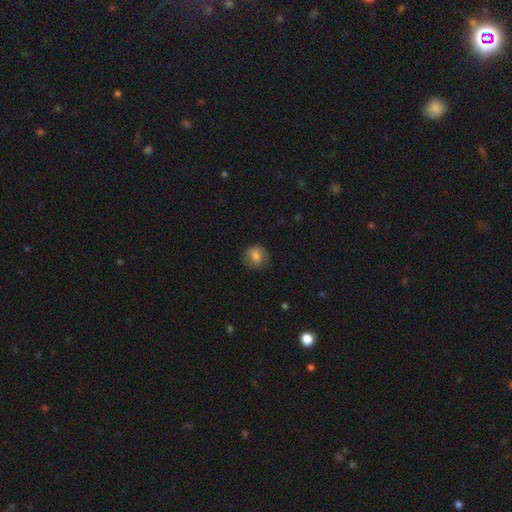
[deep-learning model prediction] A smooth galaxy with no disk features (79%) that is round (80%).

Vote fractions:
- Smooth or featured? smooth: 79% / featured or disk: 12% / star or artifact: 10%
- How rounded? round: 80% / in between: 19% / cigar-shaped: 1%
- Merging? none: 82% / minor disturbance: 13% / major disturbance: 4% / merger: 1%